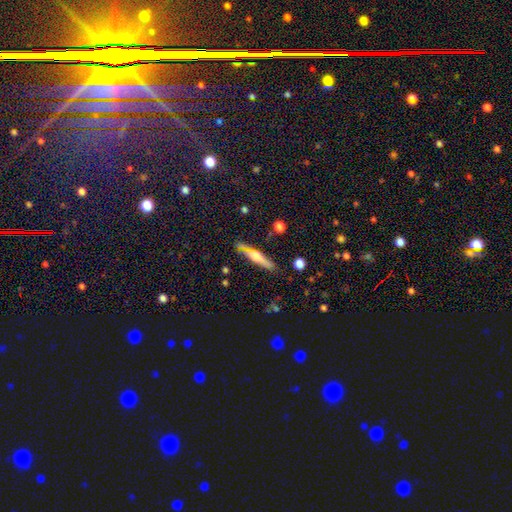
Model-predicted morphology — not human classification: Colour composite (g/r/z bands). It shows a featured or disk galaxy (47%). Merging: none (72%).